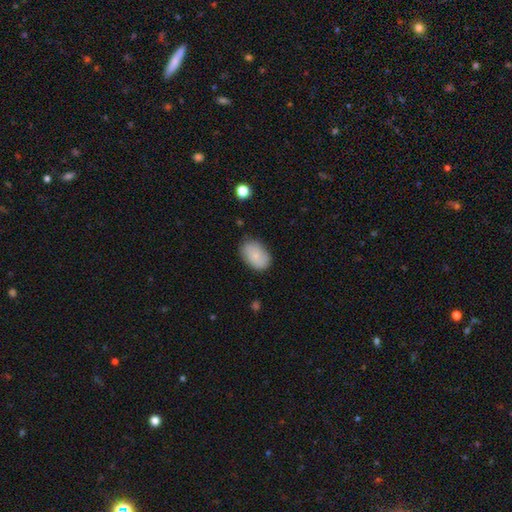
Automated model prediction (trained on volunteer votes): smooth-or-featured: smooth: 77% | featured or disk: 16% | star or artifact: 7%
  how-rounded: in between: 87% | round: 12% | cigar-shaped: 1%
  merging: none: 77% | minor disturbance: 18% | major disturbance: 4% | merger: 2%